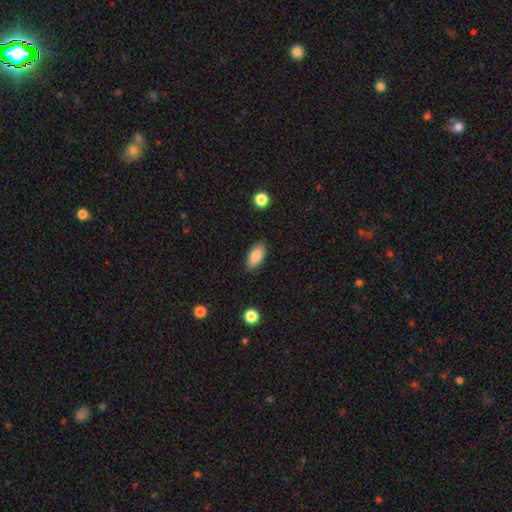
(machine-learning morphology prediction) Smooth or featured? Predicted: smooth (p=0.85). How rounded? Predicted: in between (p=0.90). Merging? Predicted: none (p=0.86).